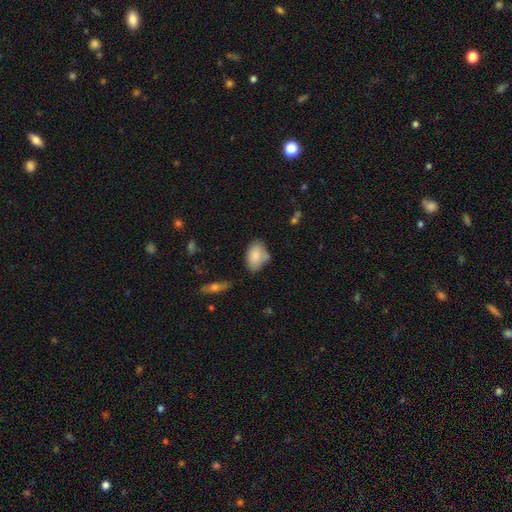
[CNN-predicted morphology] Smooth or featured? smooth (83%)
How rounded? in between (90%)
Merging? none (58%)